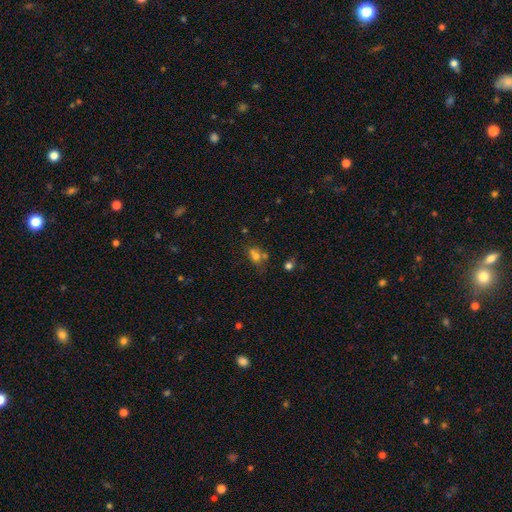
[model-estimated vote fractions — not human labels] Overall: smooth (66%). How rounded: in between (57%; round 39%). Merging: merger (40%; none 35%).